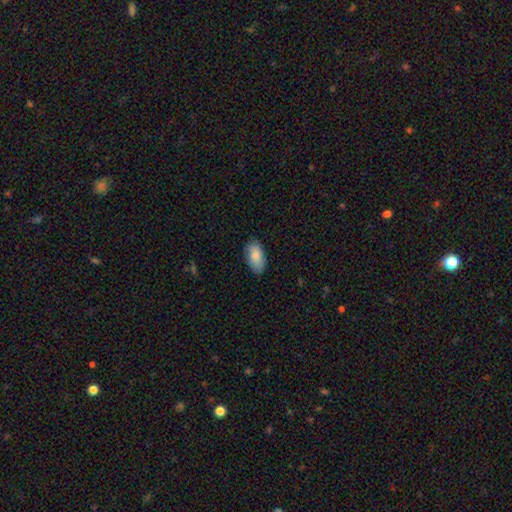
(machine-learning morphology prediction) Smooth or featured?
  - smooth: 85% *
  - featured or disk: 9%
  - star or artifact: 6%
How rounded?
  - in between: 94% *
  - round: 3%
  - cigar-shaped: 3%
Merging?
  - none: 83% *
  - minor disturbance: 14%
  - major disturbance: 2%
  - merger: 1%